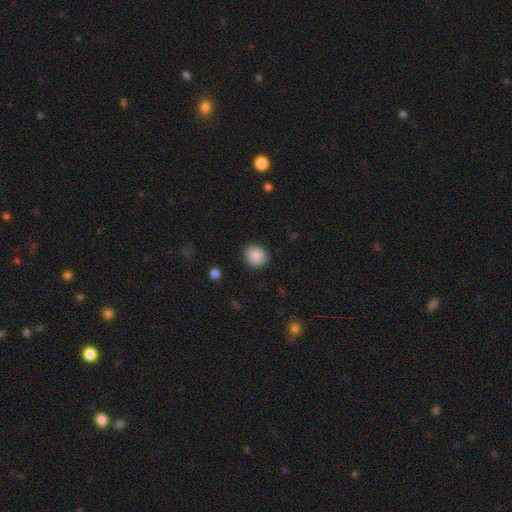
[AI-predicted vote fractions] A smooth galaxy with no disk features (89%) that is round (75%).

Vote fractions:
- Smooth or featured? smooth: 89% / star or artifact: 8% / featured or disk: 3%
- How rounded? round: 75% / in between: 24% / cigar-shaped: 1%
- Merging? none: 88% / minor disturbance: 9% / major disturbance: 2% / merger: 1%